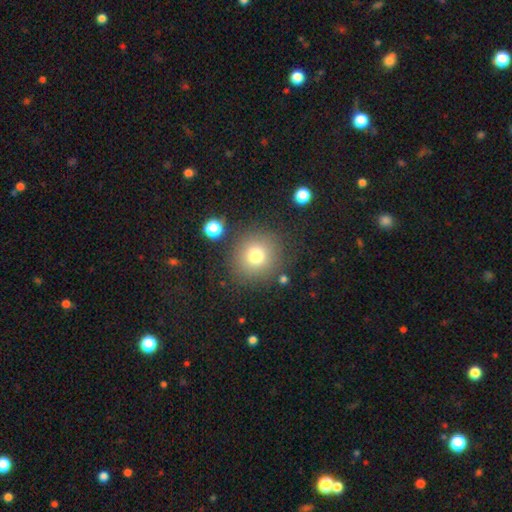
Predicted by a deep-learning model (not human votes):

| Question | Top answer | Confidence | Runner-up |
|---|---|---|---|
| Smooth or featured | smooth | 76% | star or artifact (14%) |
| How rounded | round | 91% | in between (8%) |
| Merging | none | 83% | minor disturbance (9%) |